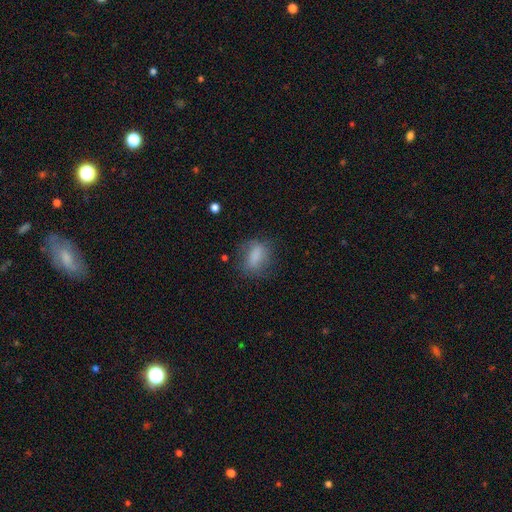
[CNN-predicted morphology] Smooth or featured? Predicted: smooth (p=0.77). How rounded? Predicted: in between (p=0.73). Merging? Predicted: none (p=0.65).